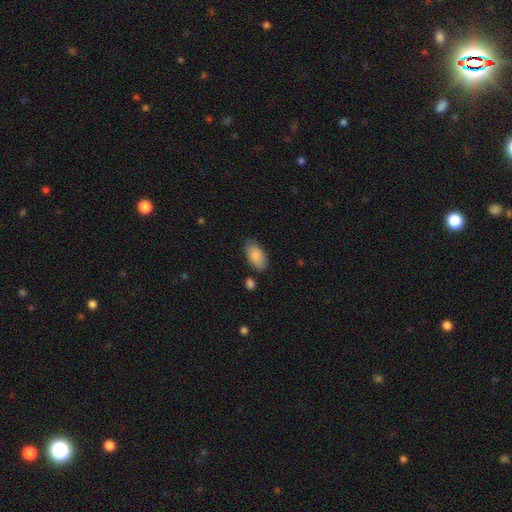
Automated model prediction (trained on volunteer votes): Smooth or featured? Predicted: smooth (p=0.87). How rounded? Predicted: in between (p=0.94). Merging? Predicted: none (p=0.76).